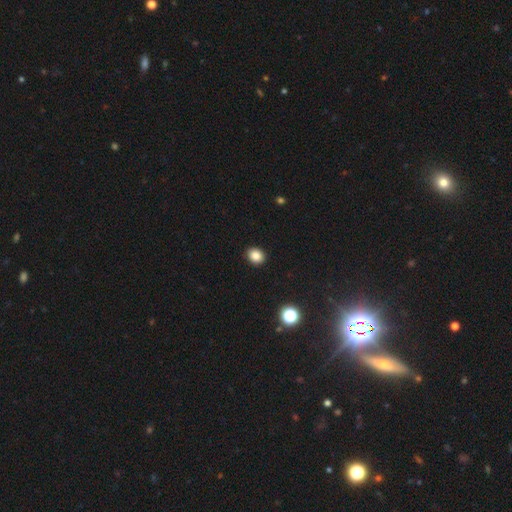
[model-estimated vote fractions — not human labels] smooth_or_featured: smooth (p=0.85) [alt: star or artifact p=0.11]
how_rounded: round (p=0.60) [alt: in between p=0.39]
merging: none (p=0.91) [alt: minor disturbance p=0.06]